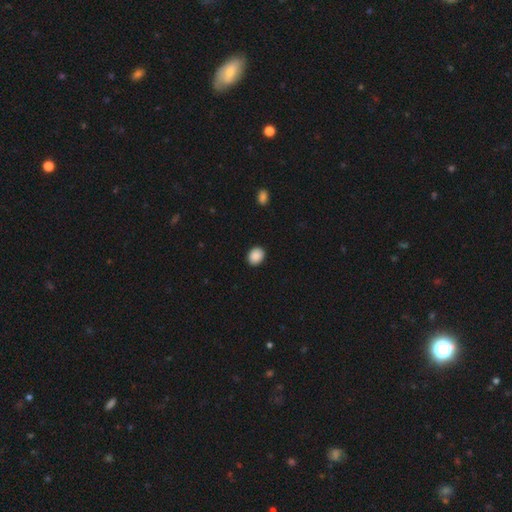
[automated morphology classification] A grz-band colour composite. It shows a smooth galaxy with no disk features (90%) that is in between round and cigar-shaped (52%). Merging: none (90%).